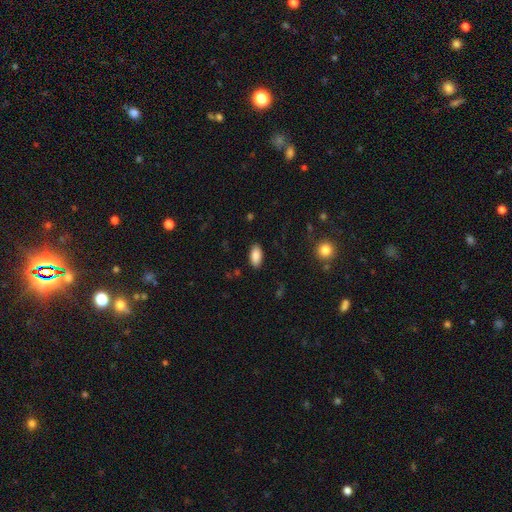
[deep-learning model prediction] smooth_or_featured: smooth (p=0.89) [alt: star or artifact p=0.07]
how_rounded: in between (p=0.93) [alt: cigar-shaped p=0.05]
merging: none (p=0.87) [alt: minor disturbance p=0.09]